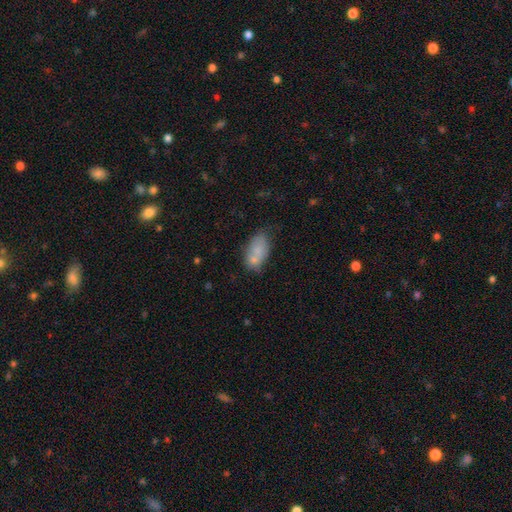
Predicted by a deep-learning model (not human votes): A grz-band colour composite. It shows a smooth galaxy with no disk features (74%) that is in between round and cigar-shaped (88%). Merging: none (48%).